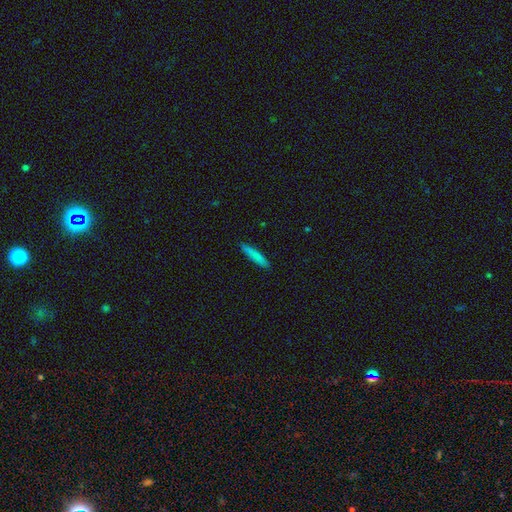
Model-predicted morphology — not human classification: smooth-or-featured: smooth: 81% | featured or disk: 13% | star or artifact: 6%
  how-rounded: cigar-shaped: 91% | in between: 8% | round: 1%
  merging: none: 90% | minor disturbance: 8% | major disturbance: 2% | merger: 1%